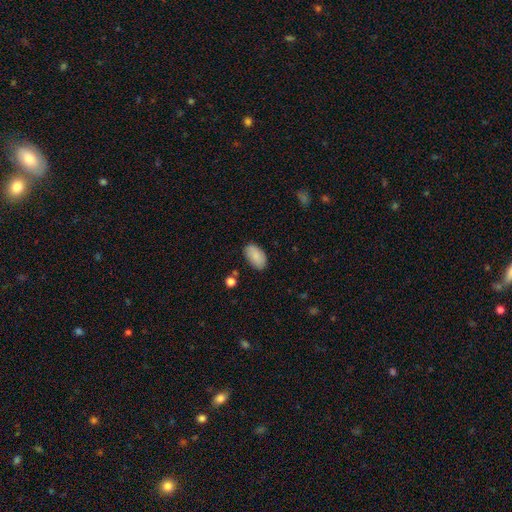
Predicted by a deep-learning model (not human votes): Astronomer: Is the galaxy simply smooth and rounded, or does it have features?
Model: smooth — 87%.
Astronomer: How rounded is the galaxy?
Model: in between — 95%.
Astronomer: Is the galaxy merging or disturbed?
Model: none — 84%.